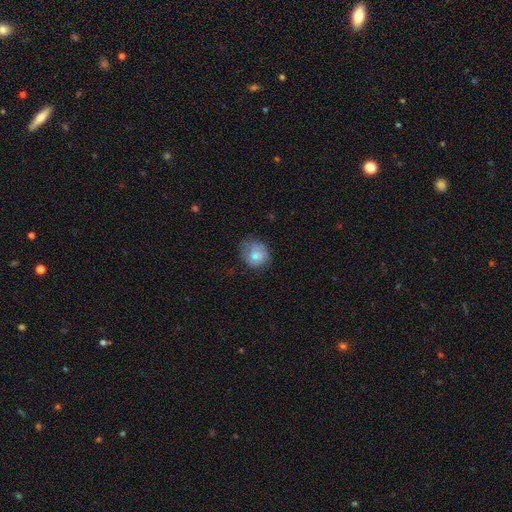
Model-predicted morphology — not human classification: A smooth galaxy with no disk features (76%) that is round (75%).

Vote fractions:
- Smooth or featured? smooth: 76% / featured or disk: 16% / star or artifact: 8%
- How rounded? round: 75% / in between: 24% / cigar-shaped: 1%
- Merging? none: 58% / minor disturbance: 29% / major disturbance: 11% / merger: 1%